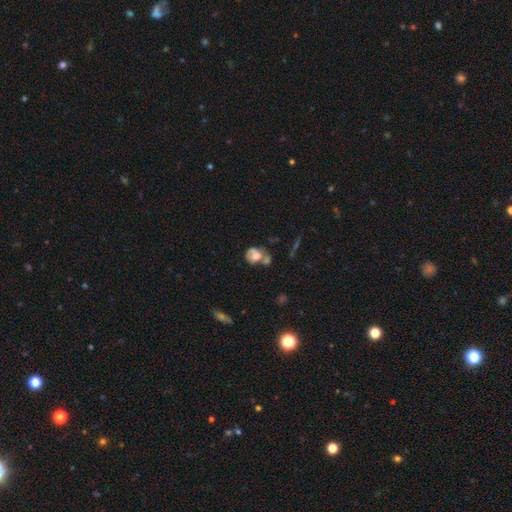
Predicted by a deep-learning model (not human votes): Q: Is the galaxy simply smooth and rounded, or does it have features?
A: smooth — 50%.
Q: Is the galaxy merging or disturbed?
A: merger — 41%.